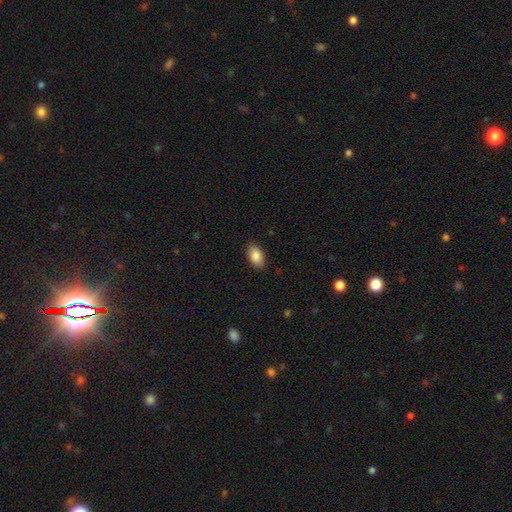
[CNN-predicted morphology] smooth_or_featured: smooth (p=0.88) [alt: star or artifact p=0.07]
how_rounded: in between (p=0.93) [alt: round p=0.06]
merging: none (p=0.88) [alt: minor disturbance p=0.09]